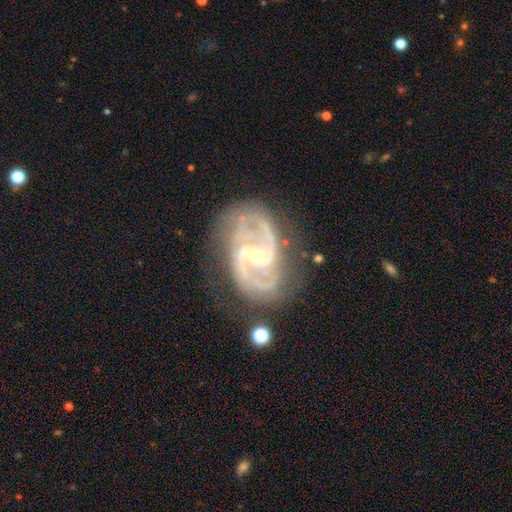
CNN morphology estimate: This is clearly a featured or disk galaxy (92%). It is clearly not viewed edge-on (98%). Bar: marginally weak (44%). Spiral arm pattern: clearly yes (98%). Spiral arm count: likely 2 (73%). Spiral winding: possibly medium (58%). Central bulge: likely small (69%). Merging: likely none (71%).